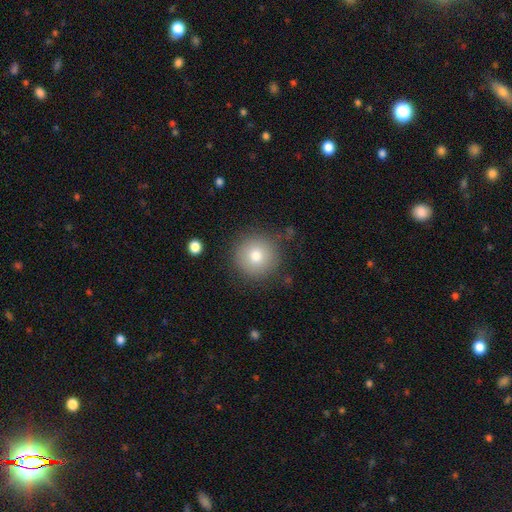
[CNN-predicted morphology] This is likely a smooth galaxy (77%). How rounded: clearly round (96%). Merging: clearly none (87%).